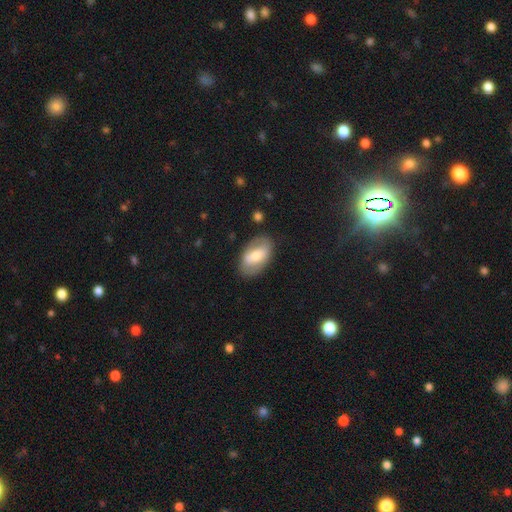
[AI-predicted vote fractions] Morphology: type=smooth (52%); roundness=in between (92%); merging=none (79%).